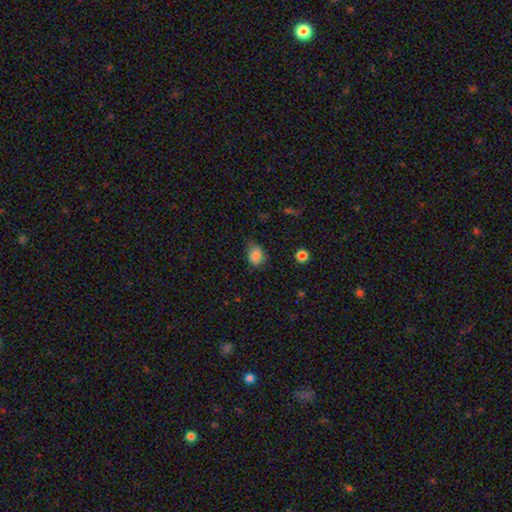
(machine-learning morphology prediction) Smooth or featured: smooth — 84% (star or artifact — 10%)
How rounded: in between — 56% (round — 43%)
Merging: none — 58% (minor disturbance — 33%)